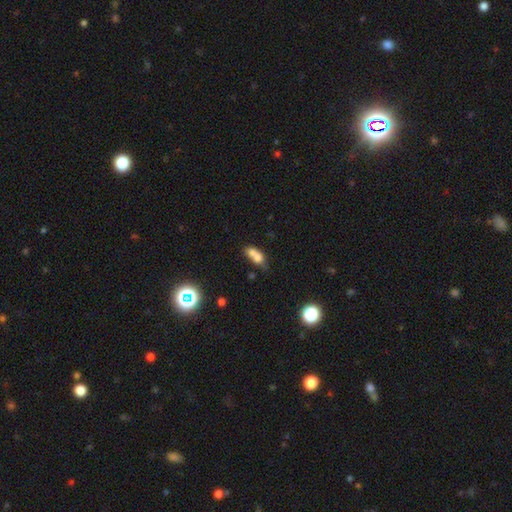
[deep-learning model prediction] A smooth galaxy with no disk features (67%) that is in between round and cigar-shaped (58%). Merging: merger (64%).